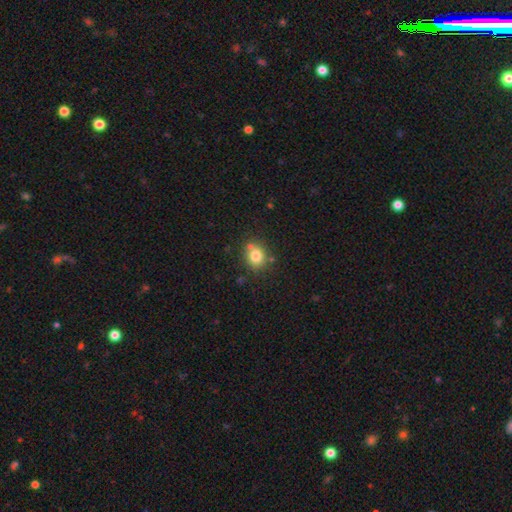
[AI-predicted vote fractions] This is likely a smooth galaxy (80%). How rounded: likely round (68%). Merging: likely none (72%).